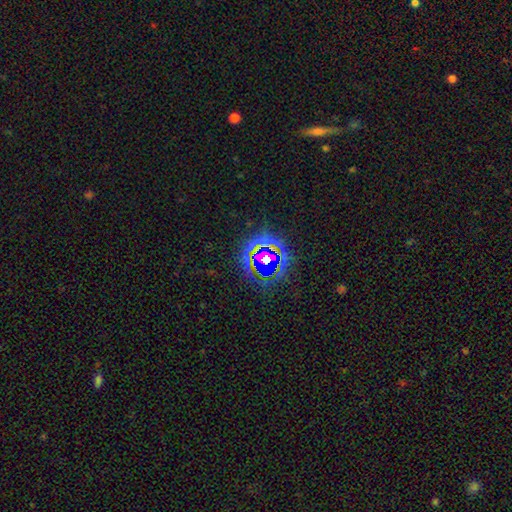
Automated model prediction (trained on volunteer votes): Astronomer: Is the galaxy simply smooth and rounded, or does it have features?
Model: star or artifact — 75%.